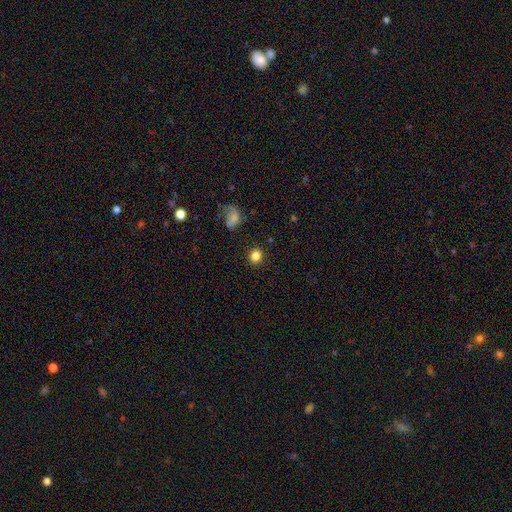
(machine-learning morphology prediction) type=smooth (83%); roundness=round (75%); merging=none (88%).